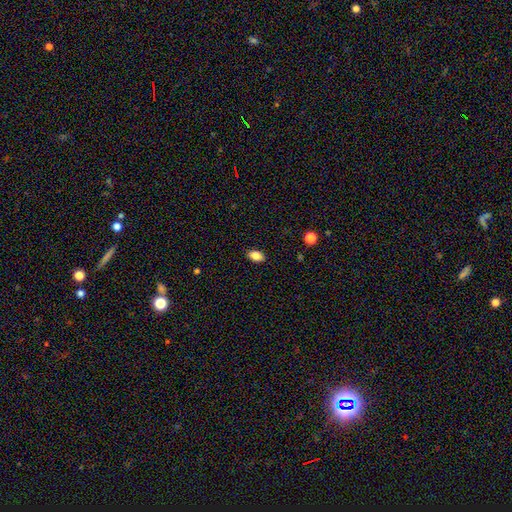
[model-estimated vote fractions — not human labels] A smooth galaxy with no disk features (84%) that is in between round and cigar-shaped (90%). Merging: none (89%).